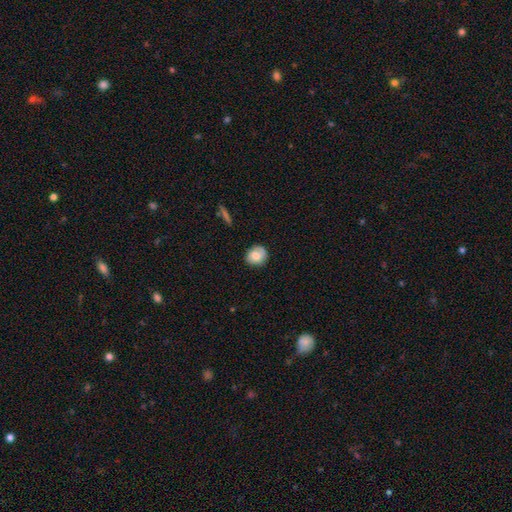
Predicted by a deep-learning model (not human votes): Overall: smooth (69%). How rounded: round (76%). Merging: none (78%).